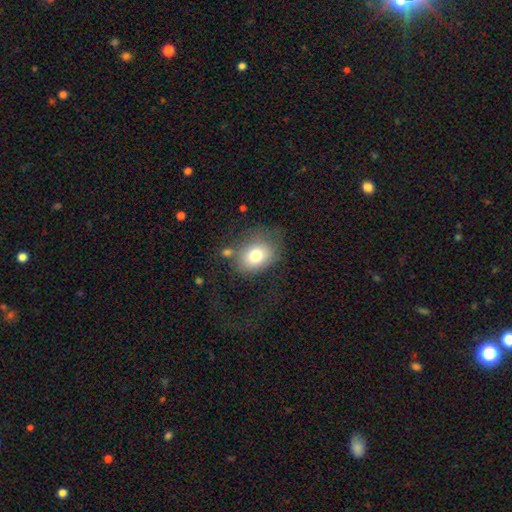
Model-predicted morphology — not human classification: Overall: smooth (75%). How rounded: in between (54%; round 45%). Merging: none (59%; minor disturbance 21%).